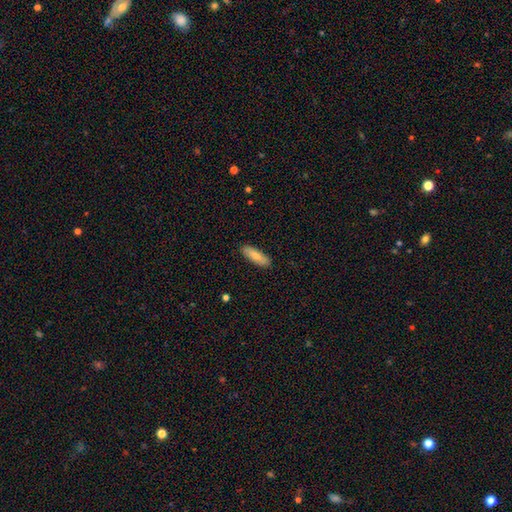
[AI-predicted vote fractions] Smooth or featured?
  - smooth: 74% *
  - featured or disk: 21%
  - star or artifact: 6%
How rounded?
  - in between: 54% *
  - cigar-shaped: 44%
  - round: 2%
Merging?
  - none: 89% *
  - minor disturbance: 9%
  - major disturbance: 2%
  - merger: 1%